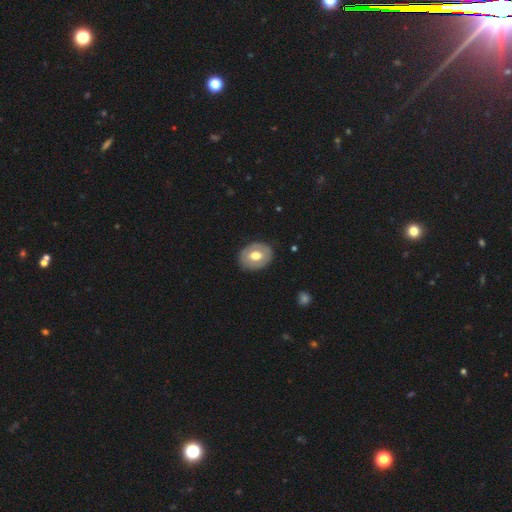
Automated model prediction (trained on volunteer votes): Smooth or featured? smooth (57%)
How rounded? in between (57%)
Merging? none (86%)